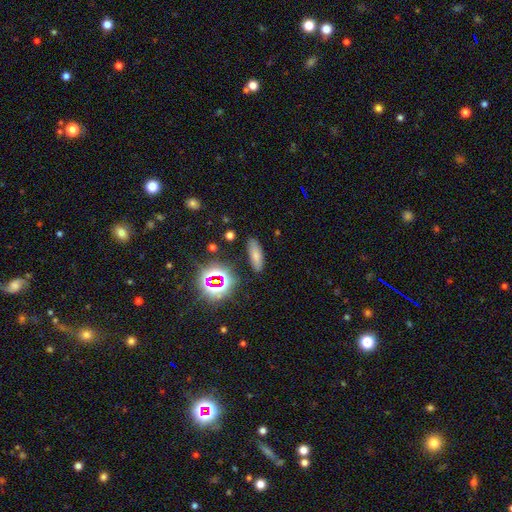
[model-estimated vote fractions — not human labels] A smooth galaxy with no disk features (65%) that is in between round and cigar-shaped (61%).

Vote fractions:
- Smooth or featured? smooth: 65% / star or artifact: 21% / featured or disk: 14%
- How rounded? in between: 61% / cigar-shaped: 34% / round: 5%
- Merging? none: 83% / minor disturbance: 11% / major disturbance: 3% / merger: 2%